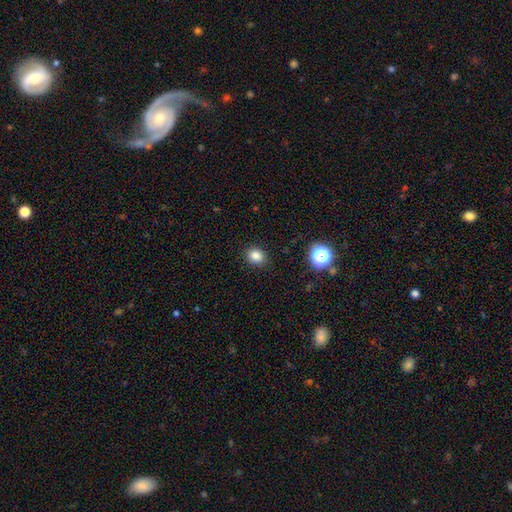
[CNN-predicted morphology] smooth 83%, star or artifact 13%, featured or disk 4%. Down the decision tree: how rounded — round (56%); merging — none (89%).